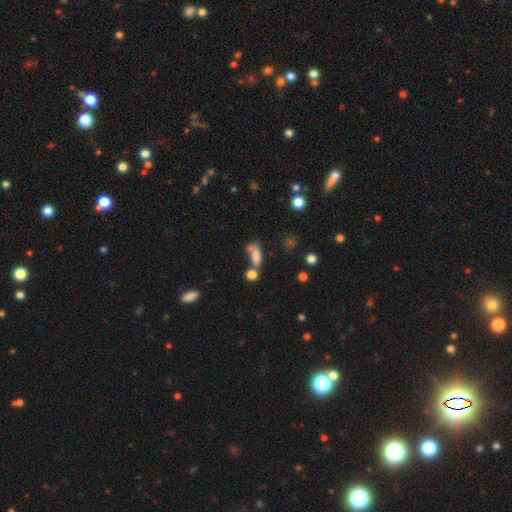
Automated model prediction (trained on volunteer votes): This appears to be a smooth galaxy with no disk features (70%) that is in between round and cigar-shaped (65%). Merging: merger (38%).